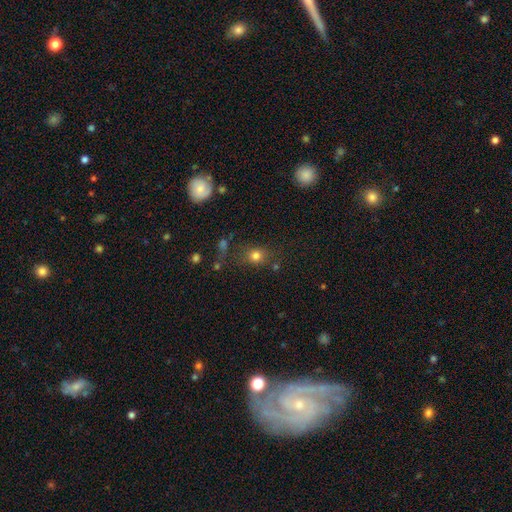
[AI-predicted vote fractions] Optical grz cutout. It shows a smooth galaxy with no disk features (76%) that is round (68%). Merging: none (72%).